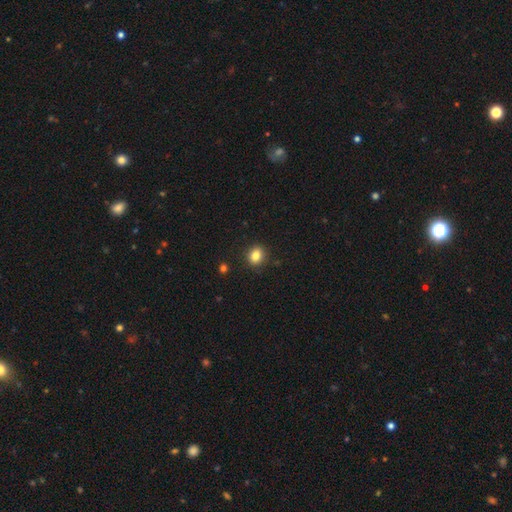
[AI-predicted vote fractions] A smooth galaxy with no disk features (83%) that is round (61%). Merging: none (89%).